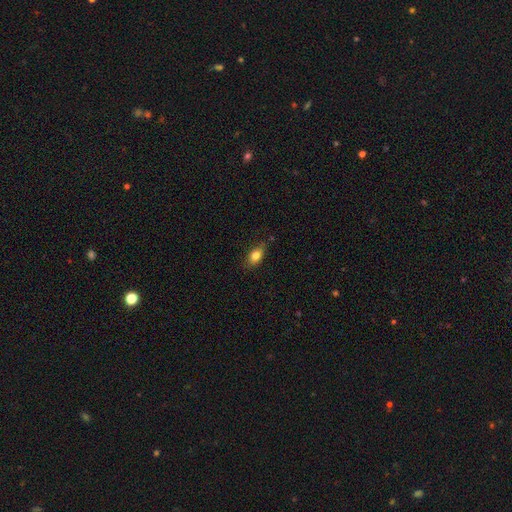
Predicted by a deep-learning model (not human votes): A smooth galaxy with no disk features (79%) that is in between round and cigar-shaped (79%).

Vote fractions:
- Smooth or featured? smooth: 79% / featured or disk: 12% / star or artifact: 9%
- How rounded? in between: 79% / round: 13% / cigar-shaped: 7%
- Merging? none: 73% / minor disturbance: 21% / major disturbance: 4% / merger: 2%